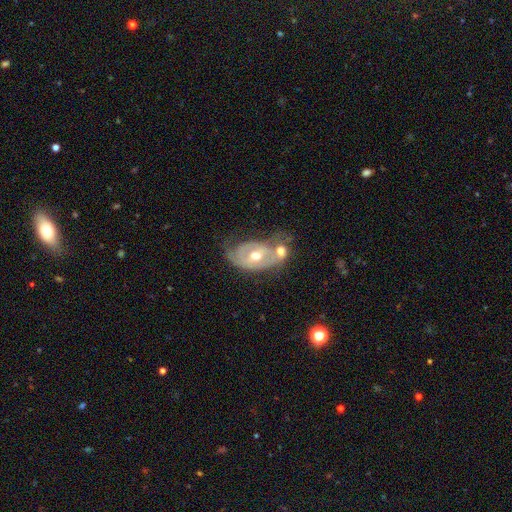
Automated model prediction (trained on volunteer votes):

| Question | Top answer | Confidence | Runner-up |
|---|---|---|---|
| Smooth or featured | featured or disk | 73% | smooth (21%) |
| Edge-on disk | no | 94% | yes (6%) |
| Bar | no | 64% | weak (26%) |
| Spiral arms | yes | 67% | no (33%) |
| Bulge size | moderate | 75% | small (17%) |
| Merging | merger | 36% | none (29%) |